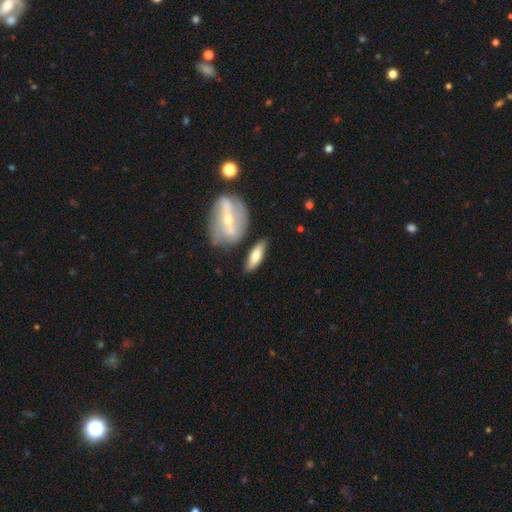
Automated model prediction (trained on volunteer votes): Q: Smooth or featured?
A: smooth (61%); runner-up: featured or disk (34%)
Q: How rounded?
A: in between (53%); runner-up: cigar-shaped (43%)
Q: Merging?
A: none (76%); runner-up: minor disturbance (13%)